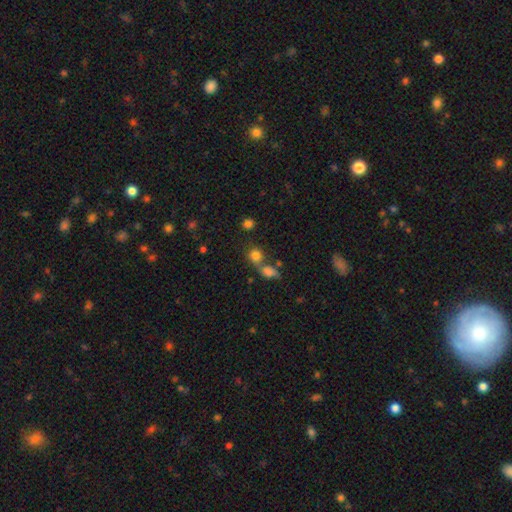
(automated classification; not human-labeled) Smooth or featured? smooth (78%)
How rounded? round (76%)
Merging? none (45%)